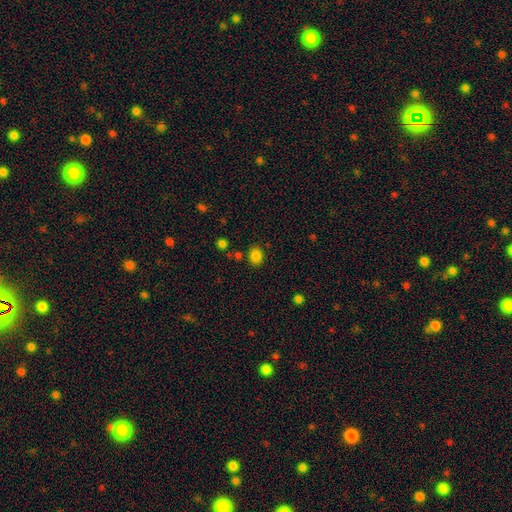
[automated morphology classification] Smooth or featured: smooth — 83% (star or artifact — 13%)
How rounded: in between — 50% (round — 49%)
Merging: none — 82% (minor disturbance — 11%)